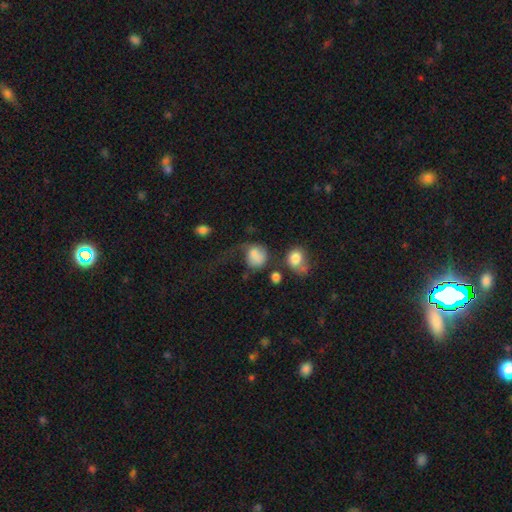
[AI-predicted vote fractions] Smooth or featured? smooth (74%)
How rounded? round (65%)
Merging? major disturbance (40%)